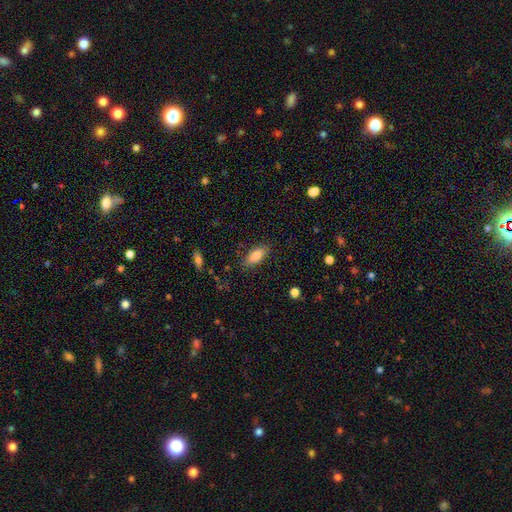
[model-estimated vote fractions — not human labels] Smooth or featured: smooth — 81% (featured or disk — 12%)
How rounded: in between — 82% (cigar-shaped — 15%)
Merging: none — 84% (minor disturbance — 12%)